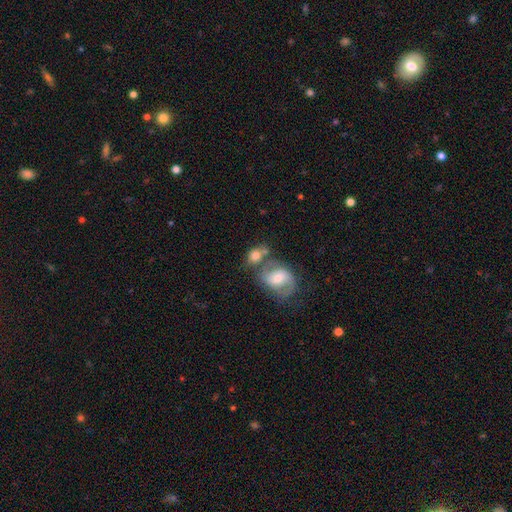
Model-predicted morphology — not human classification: A smooth galaxy with no disk features (62%) that is in between round and cigar-shaped (58%). Merging: none (39%, tied with merger).